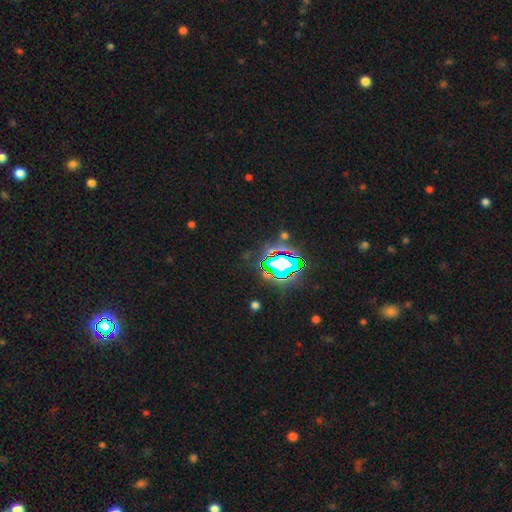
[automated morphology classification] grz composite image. It shows a star or artifact, not a galaxy (83%).